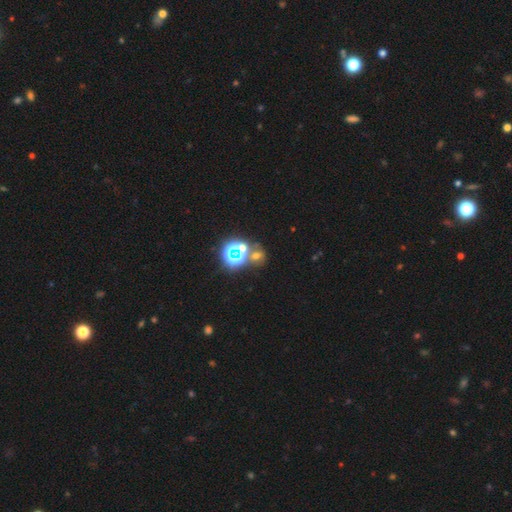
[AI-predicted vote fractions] Smooth or featured? Predicted: star or artifact (p=0.52).